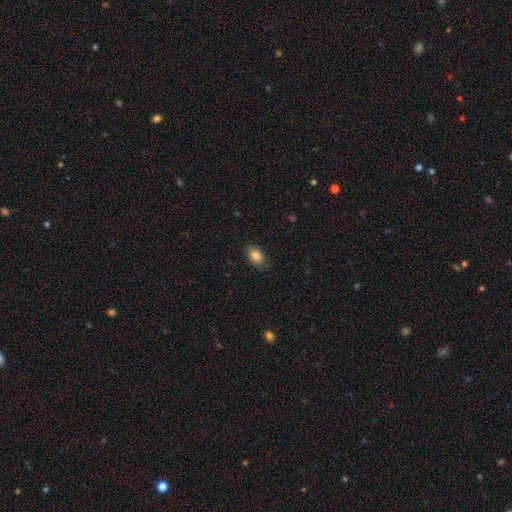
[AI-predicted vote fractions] smooth-or-featured: smooth: 86% | star or artifact: 8% | featured or disk: 6%
  how-rounded: in between: 85% | round: 13% | cigar-shaped: 1%
  merging: none: 84% | minor disturbance: 12% | major disturbance: 3% | merger: 1%